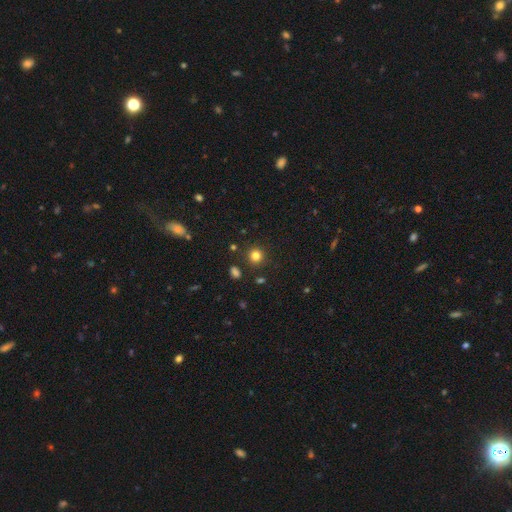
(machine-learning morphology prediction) Smooth or featured: smooth — 81% (star or artifact — 14%)
How rounded: round — 92% (in between — 7%)
Merging: none — 89% (minor disturbance — 6%)